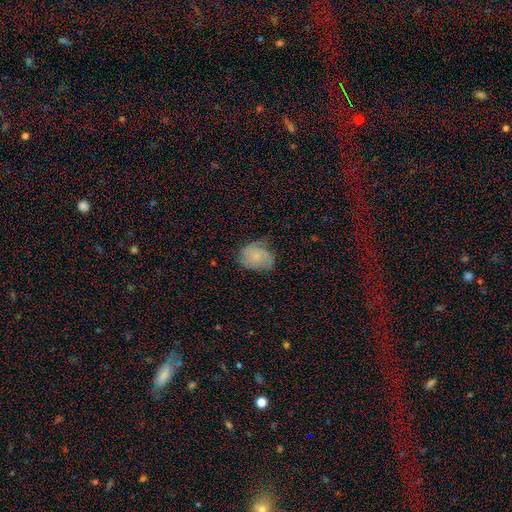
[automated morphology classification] Smooth or featured? Predicted: featured or disk (p=0.46). Merging? Predicted: none (p=0.53).